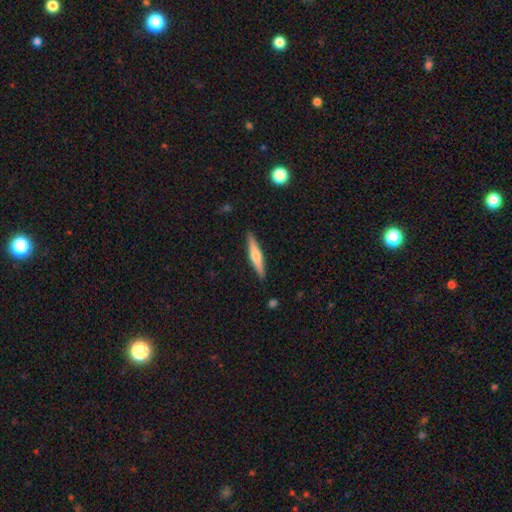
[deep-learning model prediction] Smooth or featured? Predicted: smooth (p=0.47, tied with featured or disk). Merging? Predicted: none (p=0.90).